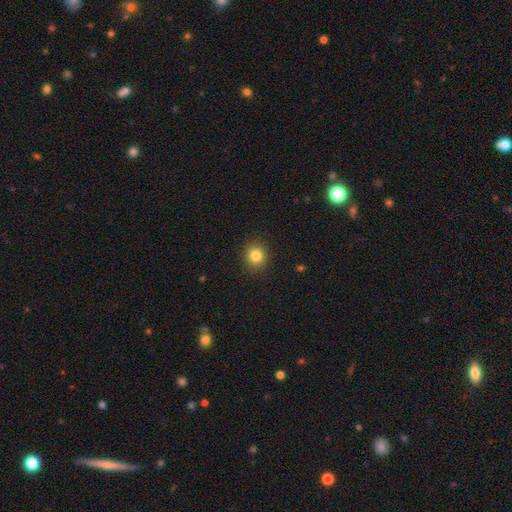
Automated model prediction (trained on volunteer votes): Smooth or featured? Predicted: smooth (p=0.82). How rounded? Predicted: round (p=0.83). Merging? Predicted: none (p=0.90).